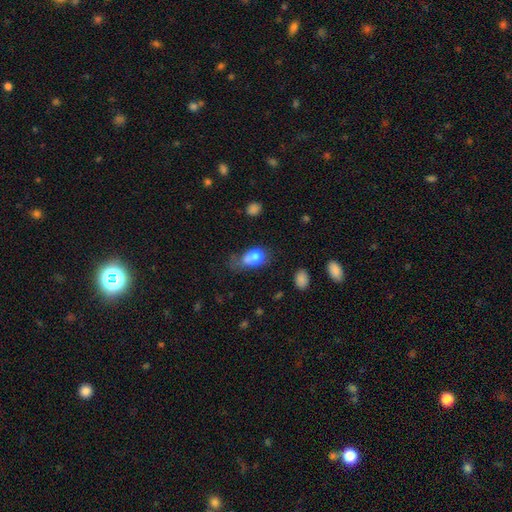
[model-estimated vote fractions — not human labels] smooth_or_featured: smooth (p=0.79) [alt: featured or disk p=0.12]
how_rounded: in between (p=0.77) [alt: round p=0.21]
merging: minor disturbance (p=0.35) [alt: major disturbance p=0.30]